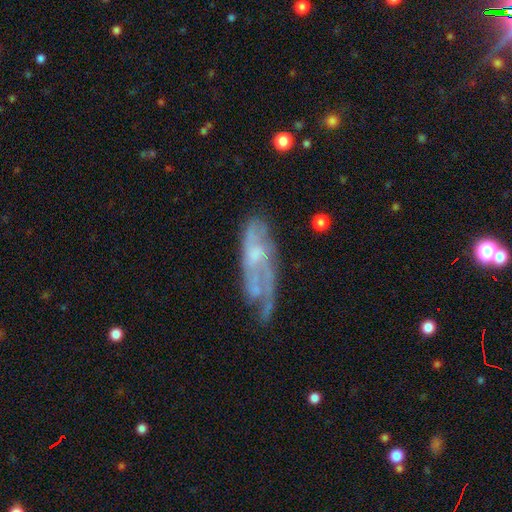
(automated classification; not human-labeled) smooth_or_featured: featured or disk (p=0.71) [alt: smooth p=0.22]
disk_edge_on: no (p=0.83) [alt: yes p=0.17]
bar: no (p=0.65) [alt: weak p=0.30]
has_spiral_arms: yes (p=0.76) [alt: no p=0.24]
bulge_size: small (p=0.48) [alt: moderate p=0.25]
merging: none (p=0.45) [alt: minor disturbance p=0.27]